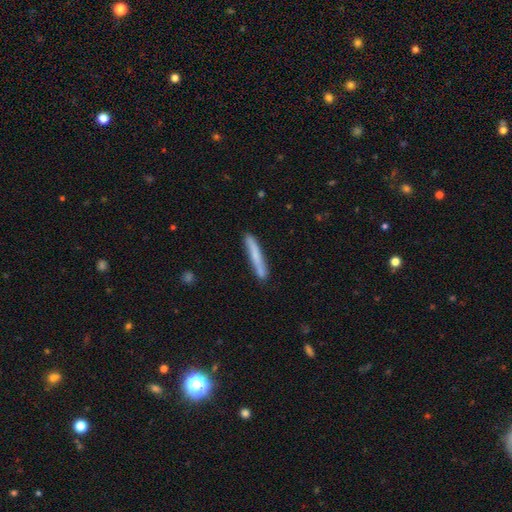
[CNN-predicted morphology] This is likely a smooth galaxy (67%). How rounded: clearly cigar-shaped (96%). Merging: clearly none (85%).